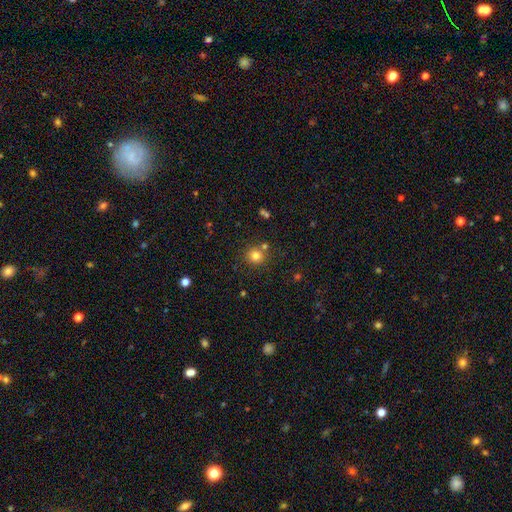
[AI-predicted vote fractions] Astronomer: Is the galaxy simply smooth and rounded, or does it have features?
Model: smooth — 79%.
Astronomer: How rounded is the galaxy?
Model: round — 90%.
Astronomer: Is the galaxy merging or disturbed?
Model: none — 78%.